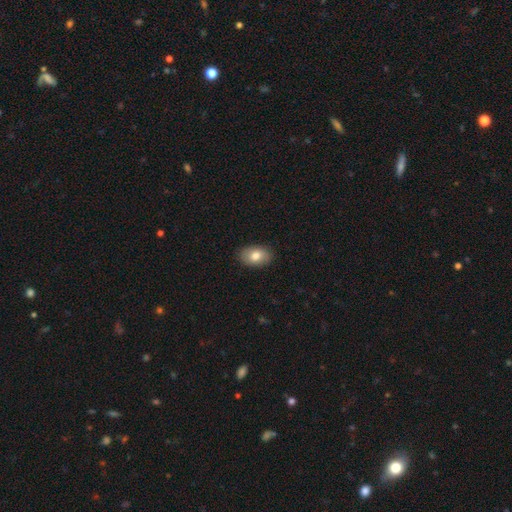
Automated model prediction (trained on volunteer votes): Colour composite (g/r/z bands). It shows a smooth galaxy with no disk features (81%) that is in between round and cigar-shaped (90%). Merging: none (88%).